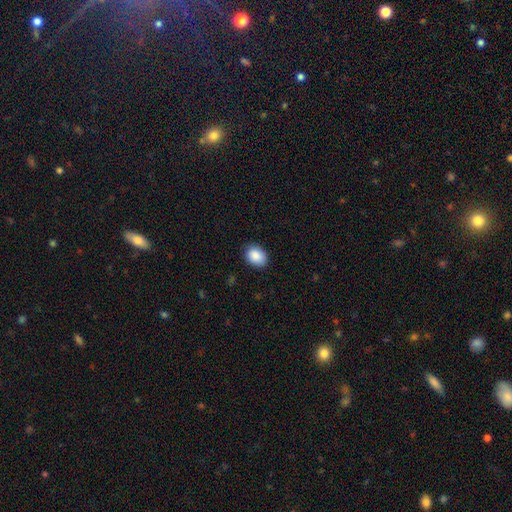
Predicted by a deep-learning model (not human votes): smooth-or-featured: smooth: 89% | star or artifact: 7% | featured or disk: 3%
  how-rounded: in between: 67% | round: 32% | cigar-shaped: 1%
  merging: none: 86% | minor disturbance: 10% | major disturbance: 2% | merger: 1%